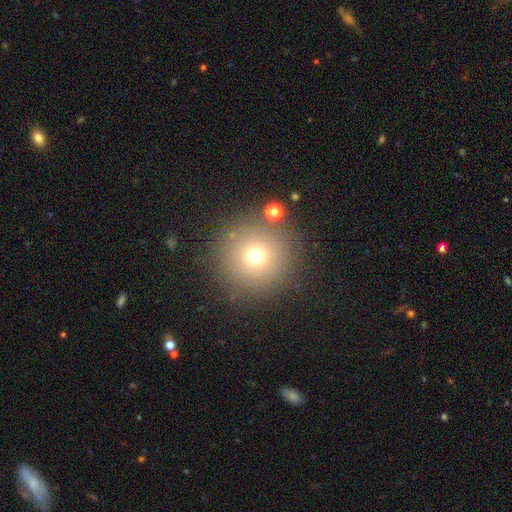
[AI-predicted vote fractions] smooth 70%, star or artifact 18%, featured or disk 12%. Down the decision tree: how rounded — round (96%); merging — none (85%).